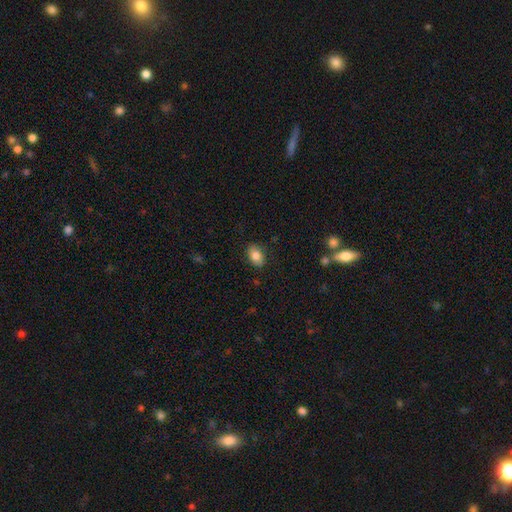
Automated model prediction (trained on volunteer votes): Smooth or featured? Predicted: smooth (p=0.81). How rounded? Predicted: in between (p=0.84). Merging? Predicted: none (p=0.84).